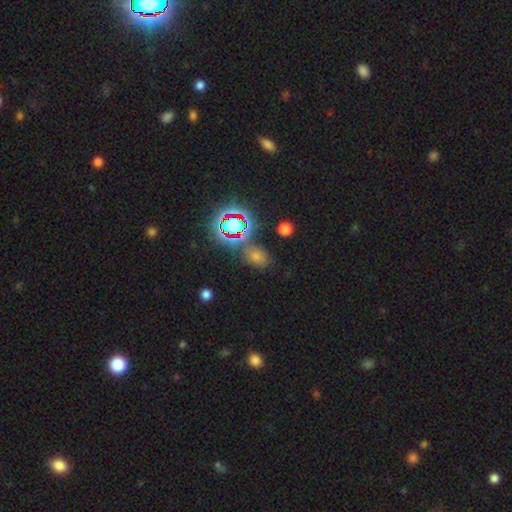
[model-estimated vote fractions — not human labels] Q: Smooth or featured?
A: star or artifact (47%); runner-up: smooth (45%)